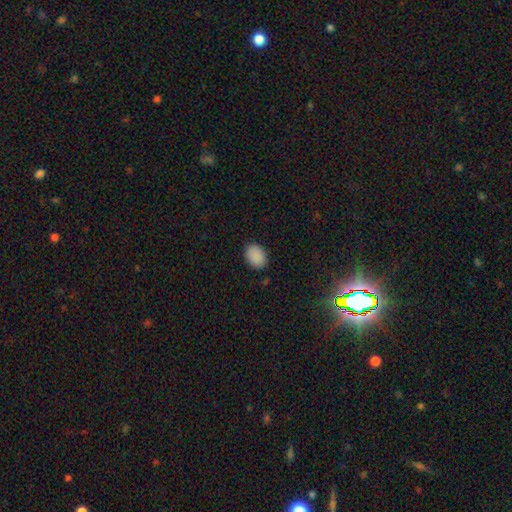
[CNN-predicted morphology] smooth-or-featured: smooth: 90% | star or artifact: 8% | featured or disk: 3%
  how-rounded: in between: 78% | round: 21% | cigar-shaped: 1%
  merging: none: 88% | minor disturbance: 9% | major disturbance: 2% | merger: 1%